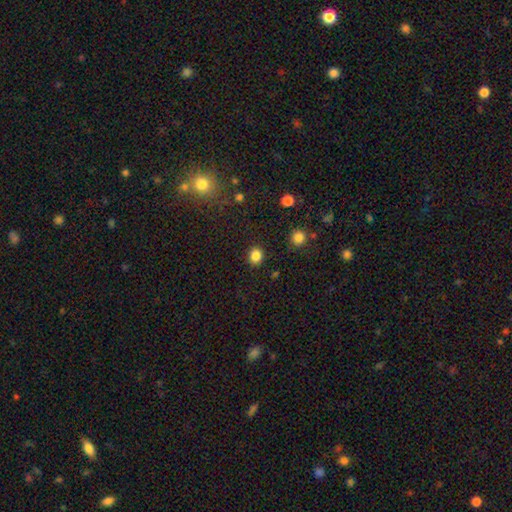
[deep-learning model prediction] smooth-or-featured: smooth: 85% | star or artifact: 11% | featured or disk: 4%
  how-rounded: round: 72% | in between: 27% | cigar-shaped: 1%
  merging: none: 89% | minor disturbance: 7% | major disturbance: 2% | merger: 1%